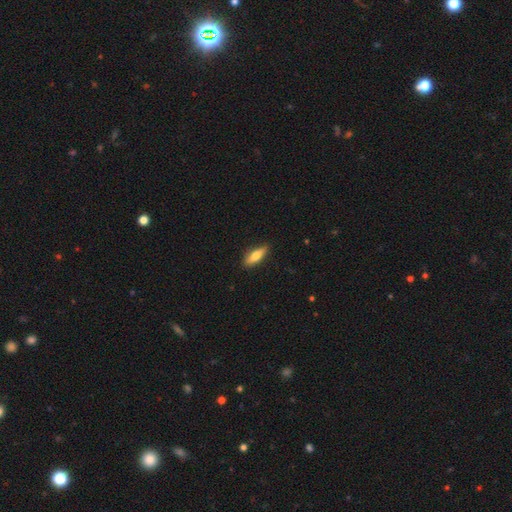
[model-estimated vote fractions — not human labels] Smooth or featured: smooth — 71% (featured or disk — 23%)
How rounded: in between — 54% (cigar-shaped — 44%)
Merging: none — 86% (minor disturbance — 11%)